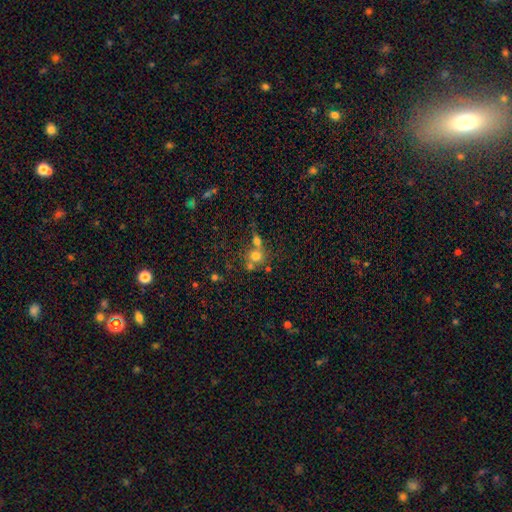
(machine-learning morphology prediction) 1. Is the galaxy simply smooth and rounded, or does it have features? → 70% smooth, 15% featured or disk, 15% star or artifact.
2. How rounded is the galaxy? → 79% round, 20% in between, 1% cigar-shaped.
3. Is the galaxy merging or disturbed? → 47% merger, 40% none, 8% minor disturbance, 5% major disturbance.